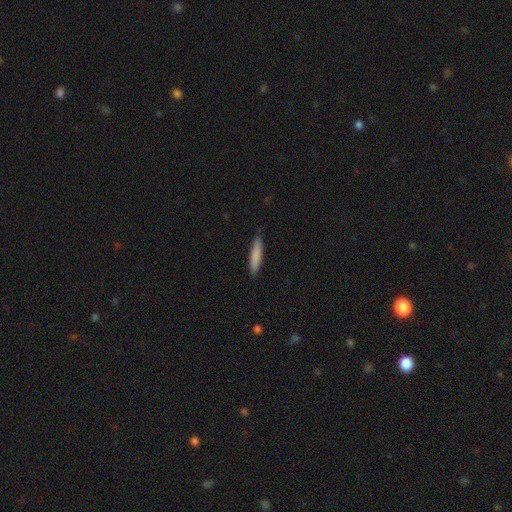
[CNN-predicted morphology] type=smooth (83%); roundness=cigar-shaped (86%); merging=none (87%).